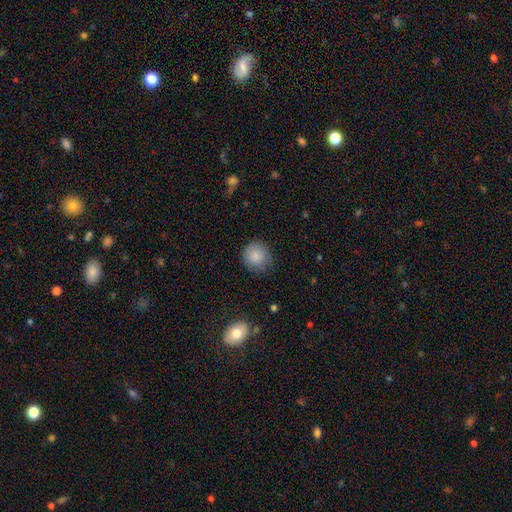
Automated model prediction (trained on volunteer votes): This is clearly a smooth galaxy (87%). How rounded: clearly round (91%). Merging: clearly none (82%).